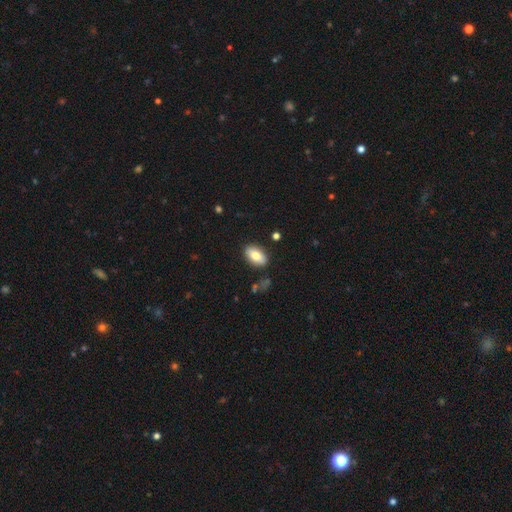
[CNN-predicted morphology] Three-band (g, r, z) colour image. It shows a smooth galaxy with no disk features (77%) that is in between round and cigar-shaped (91%). Merging: none (86%).